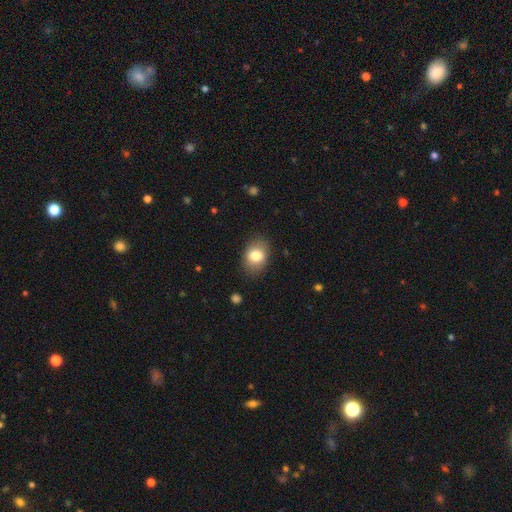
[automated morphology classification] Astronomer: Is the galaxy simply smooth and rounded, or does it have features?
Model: smooth — 80%.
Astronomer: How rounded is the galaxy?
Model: in between — 73%.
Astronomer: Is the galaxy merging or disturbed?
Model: none — 83%.